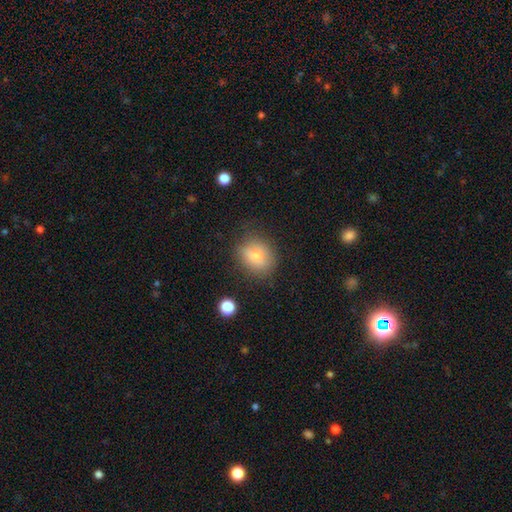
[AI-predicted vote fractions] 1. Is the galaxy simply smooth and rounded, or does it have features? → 72% smooth, 17% featured or disk, 11% star or artifact.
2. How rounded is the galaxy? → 59% round, 40% in between, 1% cigar-shaped.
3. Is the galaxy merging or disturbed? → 78% none, 16% minor disturbance, 5% major disturbance, 2% merger.